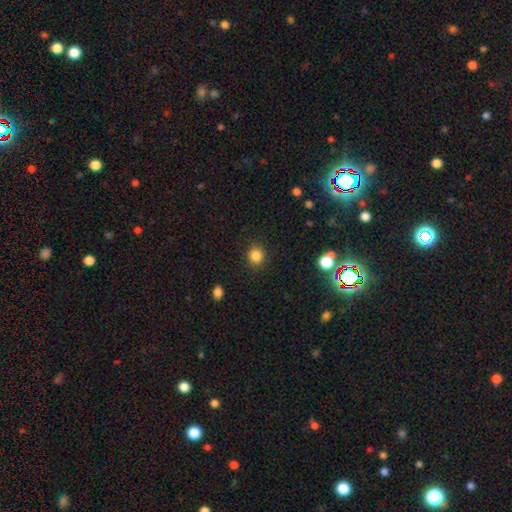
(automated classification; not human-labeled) Smooth or featured: smooth — 84% (star or artifact — 12%)
How rounded: round — 86% (in between — 13%)
Merging: none — 90% (minor disturbance — 7%)